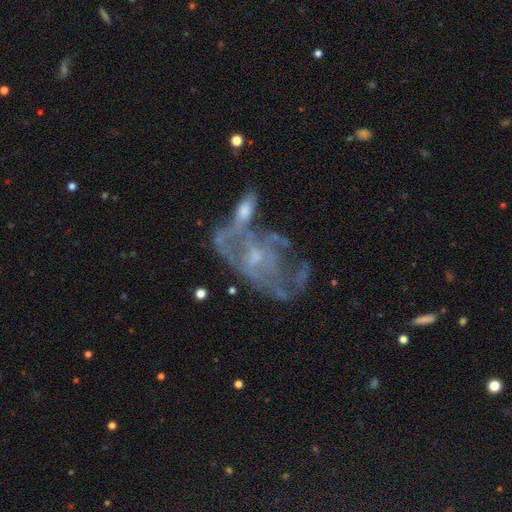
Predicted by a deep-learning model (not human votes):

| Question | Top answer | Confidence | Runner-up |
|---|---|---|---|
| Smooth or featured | featured or disk | 70% | star or artifact (19%) |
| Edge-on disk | no | 94% | yes (6%) |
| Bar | no | 65% | weak (25%) |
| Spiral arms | yes | 82% | no (18%) |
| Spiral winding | tight | 49% | medium (35%) |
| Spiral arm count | can't tell | 33% | 2 (27%) |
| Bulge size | small | 71% | moderate (17%) |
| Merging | none | 55% | minor disturbance (16%) |